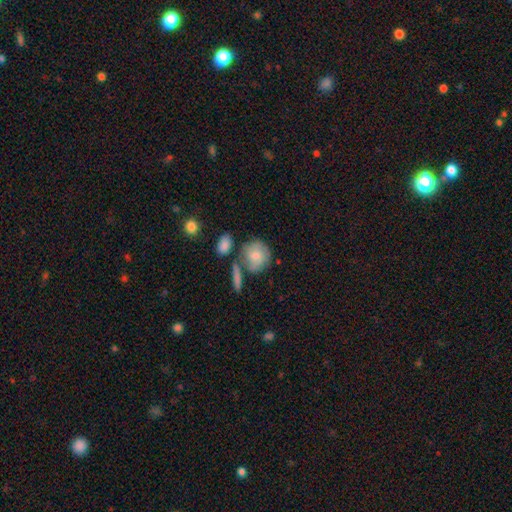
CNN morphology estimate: smooth-or-featured: smooth: 75% | featured or disk: 18% | star or artifact: 7%
  how-rounded: round: 81% | in between: 17% | cigar-shaped: 2%
  merging: none: 58% | merger: 19% | minor disturbance: 17% | major disturbance: 6%